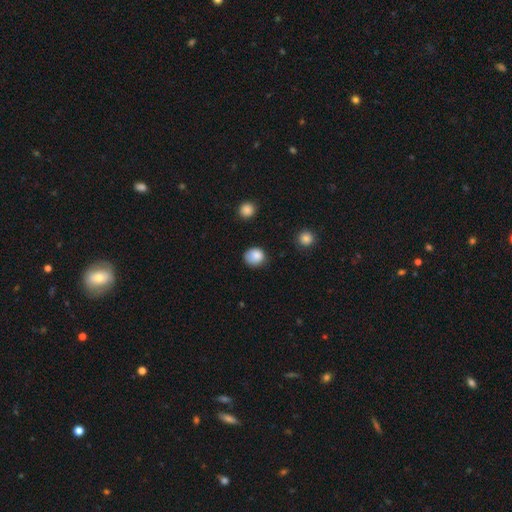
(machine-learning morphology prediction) type=smooth (86%); roundness=round (77%); merging=none (73%).